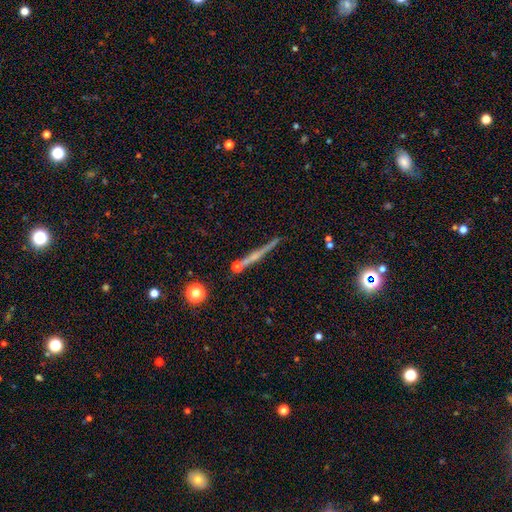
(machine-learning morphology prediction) The model was most divided on "edge-on bulge": none: 51%, rounded: 41%, boxy: 8%. More confident: edge-on disk — yes (96%); merging — none (79%); smooth or featured — featured or disk (59%).